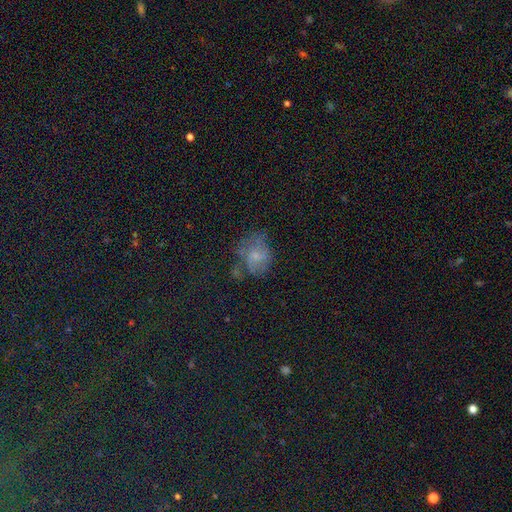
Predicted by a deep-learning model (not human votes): A smooth galaxy with no disk features (52%) that is round (53%). Merging: none (47%).